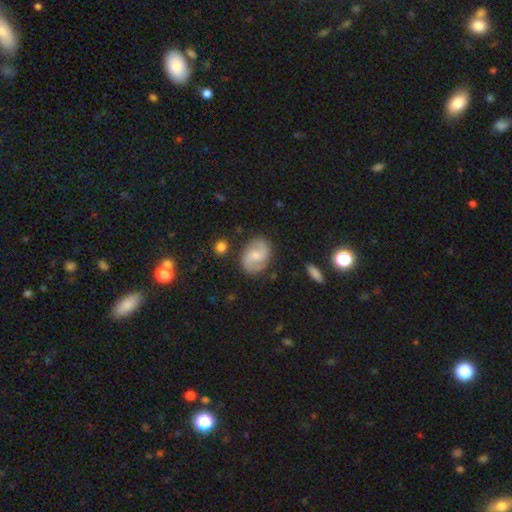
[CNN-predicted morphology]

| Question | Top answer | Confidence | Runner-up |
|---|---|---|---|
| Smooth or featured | featured or disk | 71% | smooth (22%) |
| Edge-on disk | no | 97% | yes (3%) |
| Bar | weak | 52% | no (37%) |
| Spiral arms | yes | 93% | no (7%) |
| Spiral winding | medium | 51% | loose (27%) |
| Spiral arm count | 2 | 89% | can't tell (6%) |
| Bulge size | small | 42% | moderate (41%) |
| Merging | none | 80% | minor disturbance (14%) |